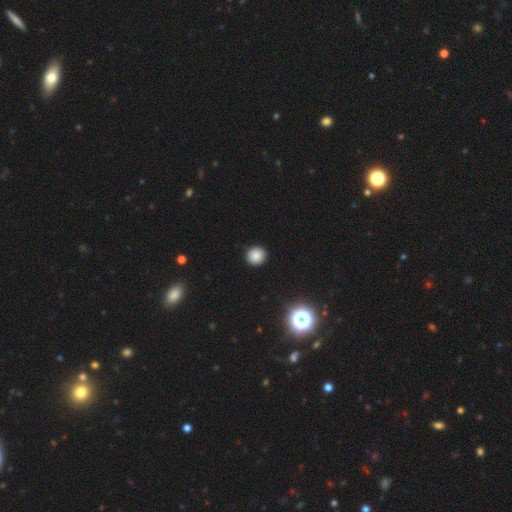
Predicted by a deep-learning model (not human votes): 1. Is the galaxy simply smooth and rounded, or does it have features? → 84% smooth, 12% star or artifact, 5% featured or disk.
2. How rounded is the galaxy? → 91% round, 8% in between, 1% cigar-shaped.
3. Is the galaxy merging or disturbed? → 92% none, 5% minor disturbance, 2% major disturbance, 1% merger.